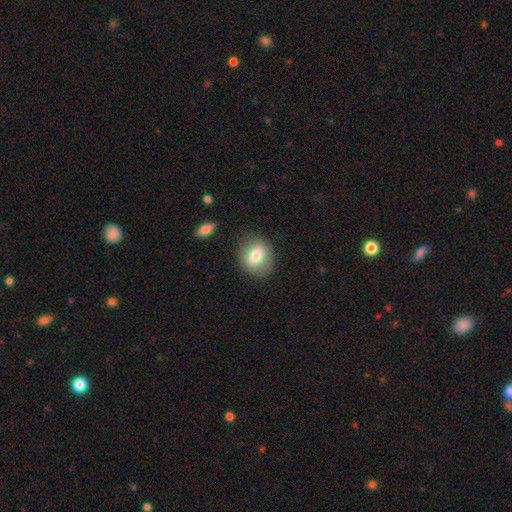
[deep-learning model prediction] Smooth or featured? Predicted: smooth (p=0.70). How rounded? Predicted: round (p=0.62). Merging? Predicted: none (p=0.81).